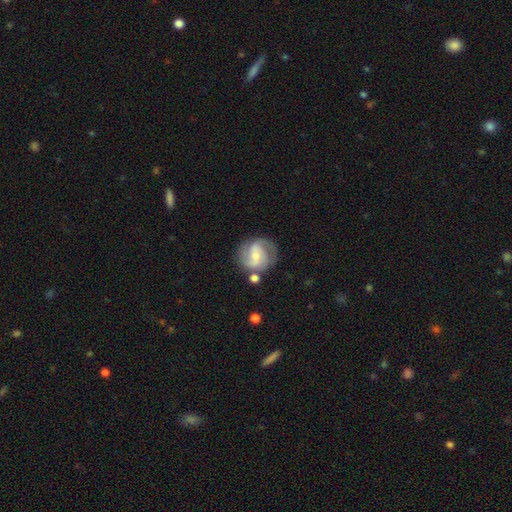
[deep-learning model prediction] smooth_or_featured: featured or disk (p=0.69) [alt: smooth p=0.25]
disk_edge_on: no (p=0.97) [alt: yes p=0.03]
bar: weak (p=0.45) [alt: no p=0.32]
has_spiral_arms: yes (p=0.88) [alt: no p=0.12]
spiral_winding: medium (p=0.47) [alt: loose p=0.29]
spiral_arm_count: 2 (p=0.65) [alt: can't tell p=0.14]
bulge_size: small (p=0.58) [alt: moderate p=0.33]
merging: none (p=0.61) [alt: minor disturbance p=0.18]